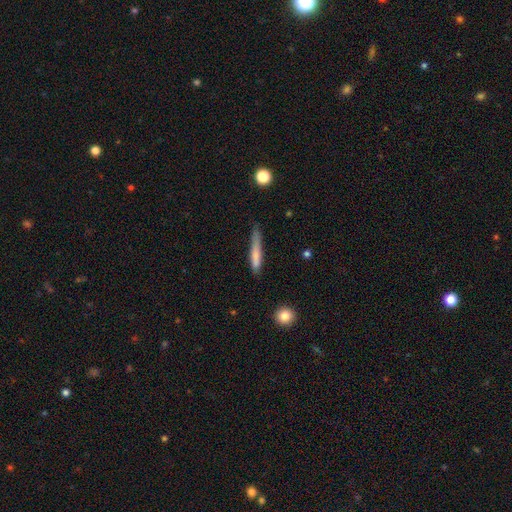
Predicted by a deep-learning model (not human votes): A smooth galaxy with no disk features (74%) that is cigar-shaped (91%). Merging: none (53%).